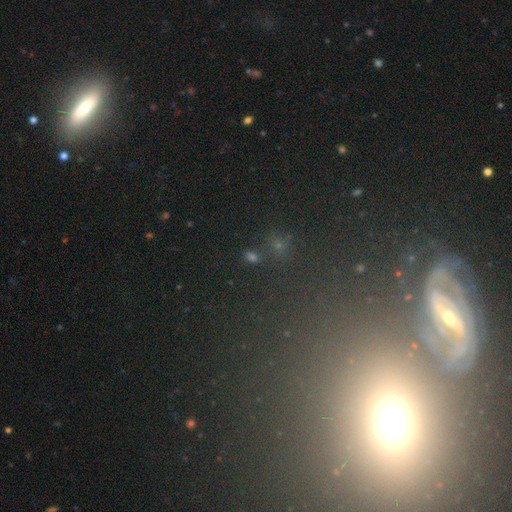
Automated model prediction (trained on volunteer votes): Morphology: type=star or artifact (58%).